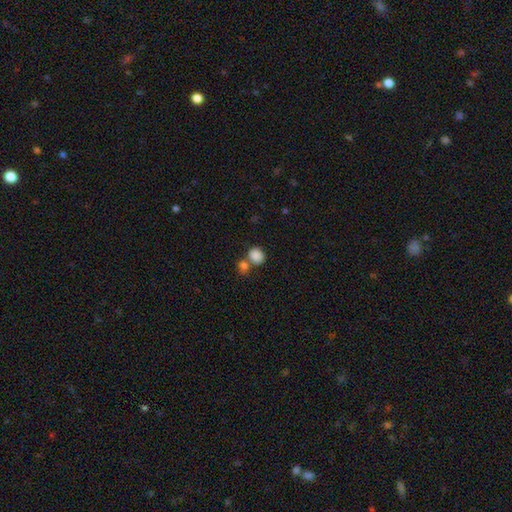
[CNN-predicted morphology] This is clearly a smooth galaxy (85%). How rounded: likely round (76%). Merging: possibly none (50%).